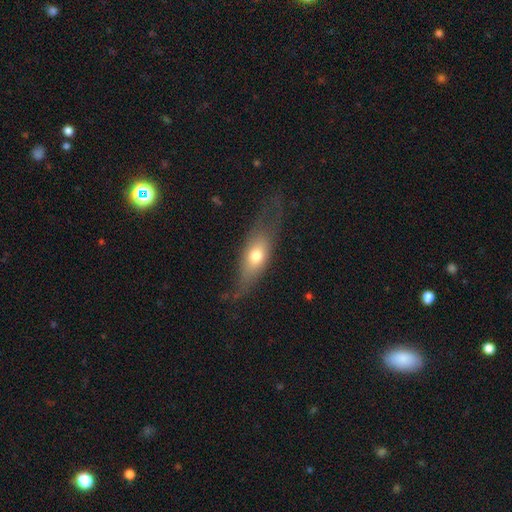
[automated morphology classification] smooth-or-featured: smooth: 58% | featured or disk: 35% | star or artifact: 7%
  how-rounded: in between: 65% | cigar-shaped: 28% | round: 7%
  merging: none: 55% | minor disturbance: 23% | major disturbance: 20% | merger: 2%